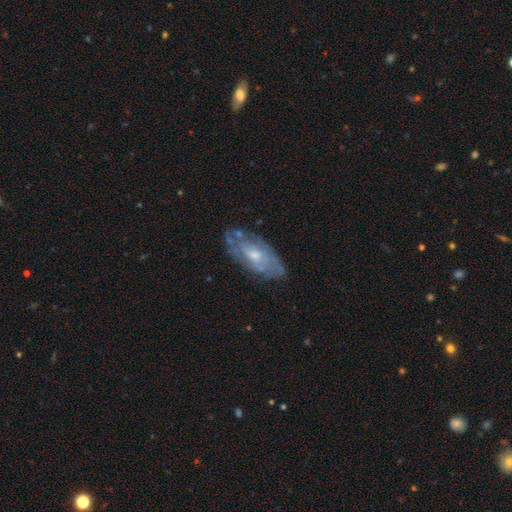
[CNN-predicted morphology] This appears to be a featured or disk galaxy (69%) with no bar (71%), spiral arms (61%) and a moderate central bulge (50%). Merging: none (68%).